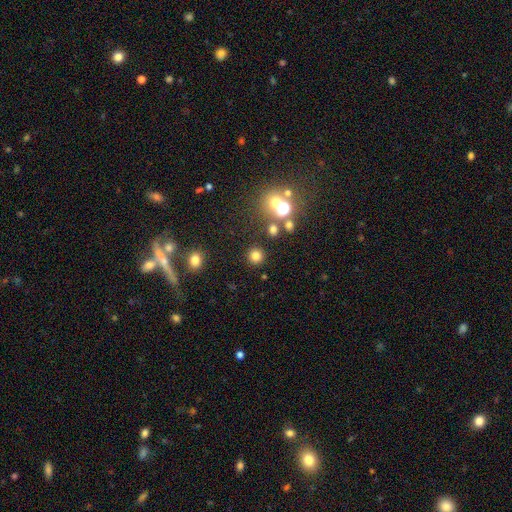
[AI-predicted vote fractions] This is likely a smooth galaxy (76%). How rounded: clearly round (94%). Merging: clearly none (88%).